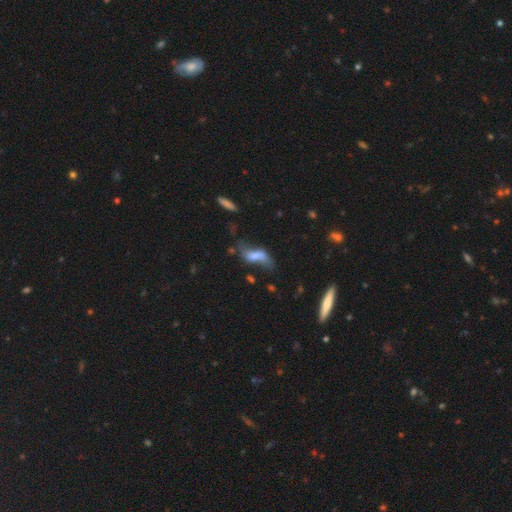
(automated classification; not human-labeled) This is possibly a featured or disk galaxy (48%). Merging: marginally none (37%).